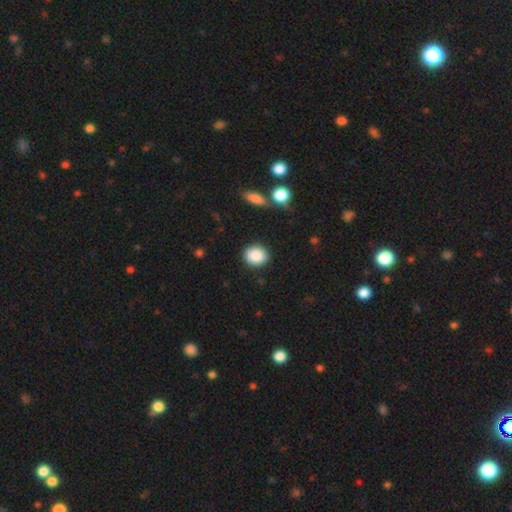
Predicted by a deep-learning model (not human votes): This appears to be a smooth galaxy with no disk features (87%) that is round (65%). Merging: none (87%).